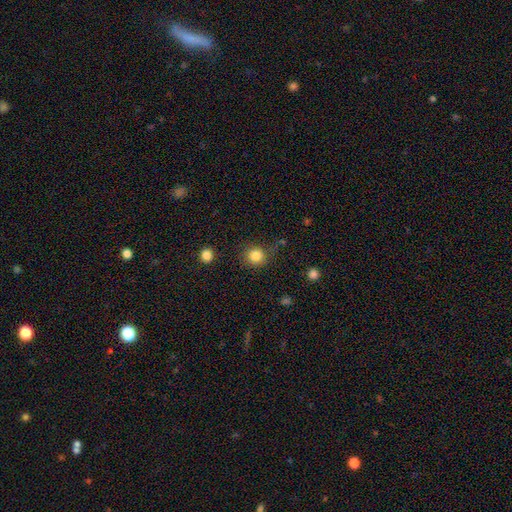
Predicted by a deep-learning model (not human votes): Smooth or featured? smooth (84%)
How rounded? round (90%)
Merging? none (81%)